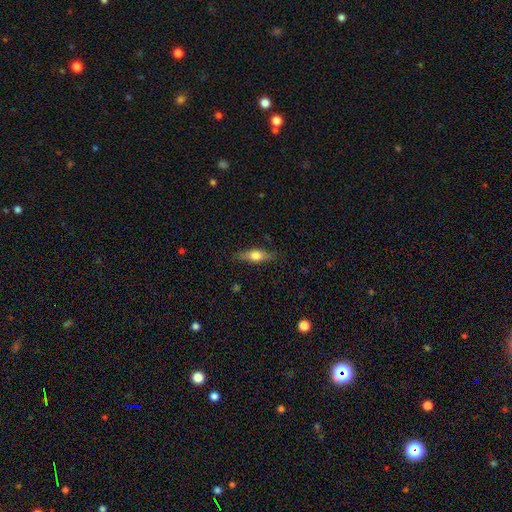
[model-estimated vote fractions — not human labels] This appears to be a smooth galaxy with no disk features (57%) that is in between round and cigar-shaped (50%). Merging: none (81%).